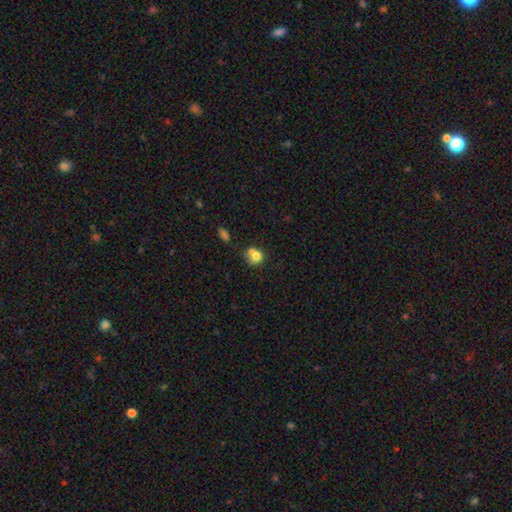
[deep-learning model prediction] This appears to be a smooth galaxy with no disk features (74%) that is round (72%). Merging: merger (38%).